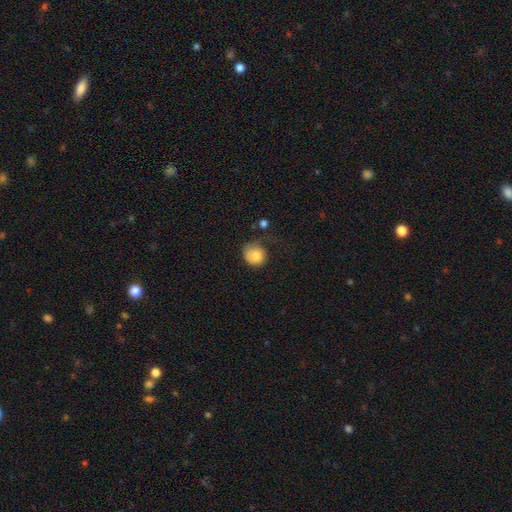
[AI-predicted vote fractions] This appears to be a smooth galaxy with no disk features (76%) that is round (77%). Merging: none (43%).